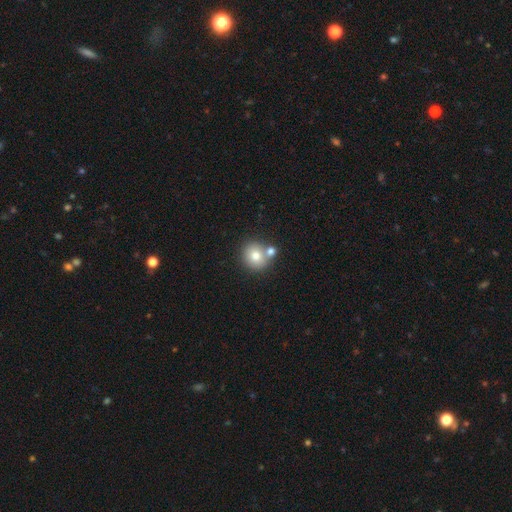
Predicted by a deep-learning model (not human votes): The model was most divided on "merging": none: 59%, merger: 29%, minor disturbance: 9%, major disturbance: 3%. More confident: how rounded — round (86%); smooth or featured — smooth (77%).